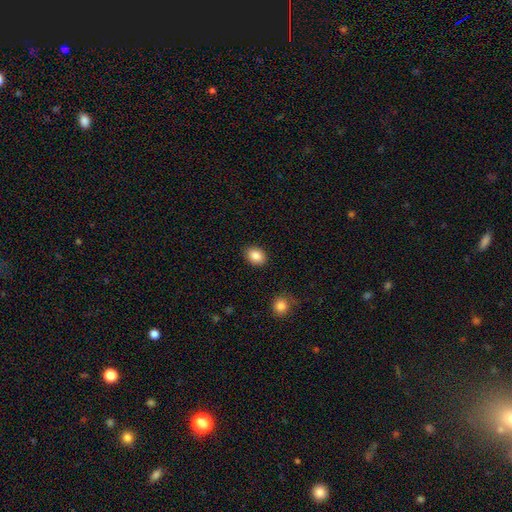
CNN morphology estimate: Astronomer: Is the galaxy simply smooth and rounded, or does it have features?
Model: smooth — 87%.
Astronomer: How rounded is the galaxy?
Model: in between — 66%.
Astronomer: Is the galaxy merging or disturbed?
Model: none — 88%.